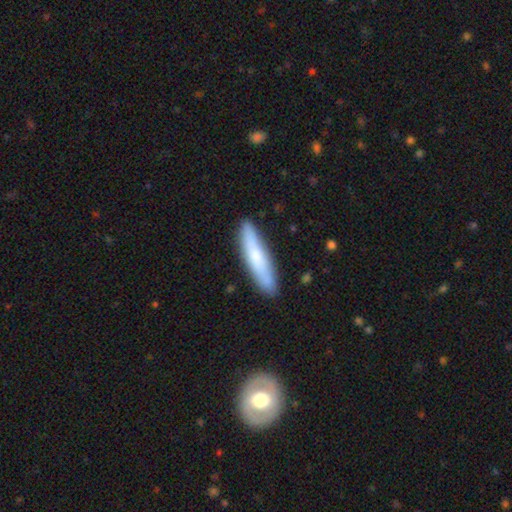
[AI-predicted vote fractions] Smooth or featured? smooth (71%)
How rounded? cigar-shaped (84%)
Merging? none (87%)